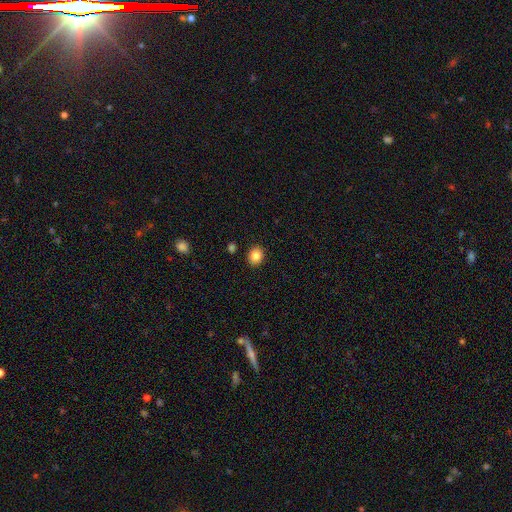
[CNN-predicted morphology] type=smooth (84%); roundness=round (62%); merging=none (89%).